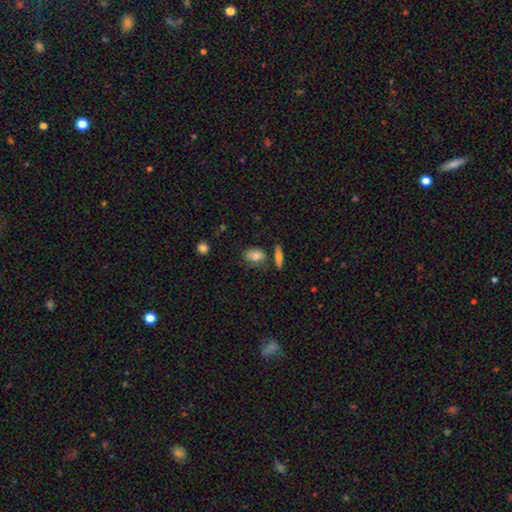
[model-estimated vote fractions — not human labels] smooth_or_featured: smooth (p=0.79) [alt: featured or disk p=0.12]
how_rounded: in between (p=0.71) [alt: round p=0.25]
merging: none (p=0.62) [alt: minor disturbance p=0.22]